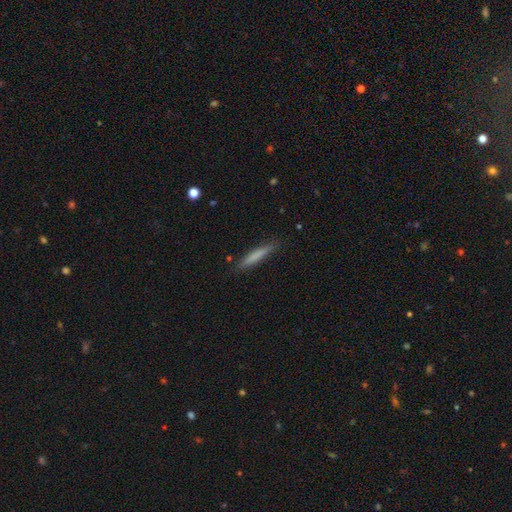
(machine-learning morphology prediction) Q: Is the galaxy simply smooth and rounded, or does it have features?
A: smooth — 73%.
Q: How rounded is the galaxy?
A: cigar-shaped — 94%.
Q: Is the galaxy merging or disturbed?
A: none — 86%.